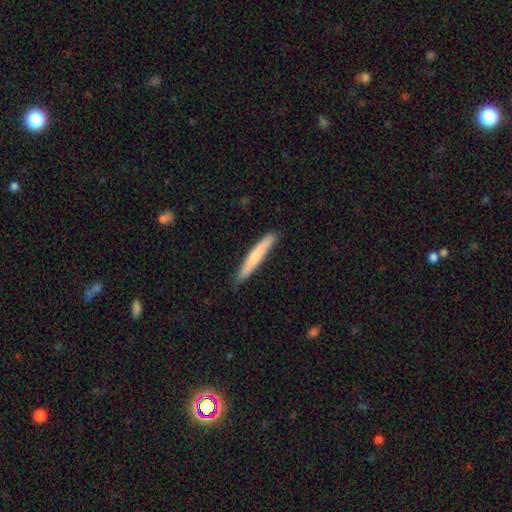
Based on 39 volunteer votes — A smooth galaxy with no disk features (77%) that is cigar-shaped (97%). Merging: none (82%).